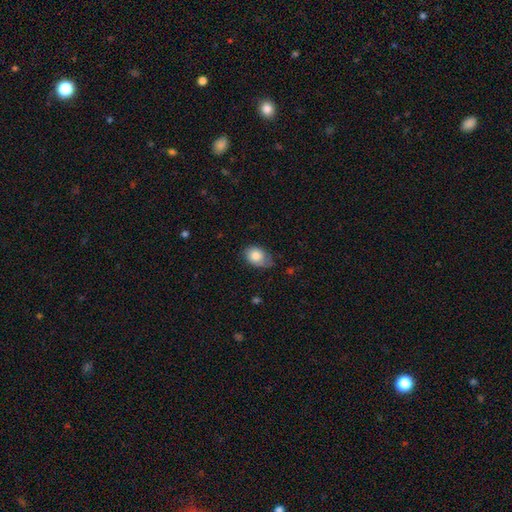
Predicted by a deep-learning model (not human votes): Morphology: type=smooth (82%); roundness=in between (70%); merging=none (51%).